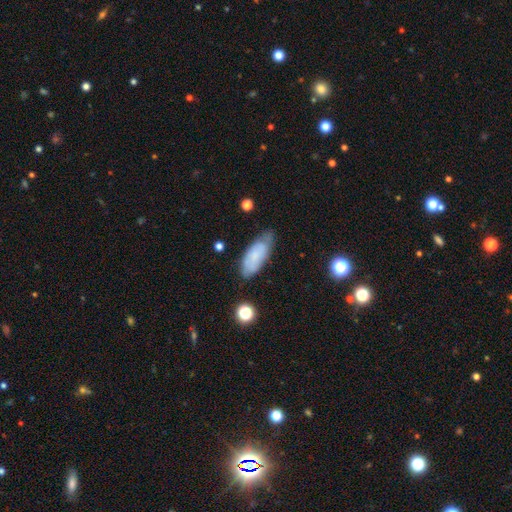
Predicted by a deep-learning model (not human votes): smooth_or_featured: smooth (p=0.58) [alt: featured or disk p=0.33]
how_rounded: in between (p=0.80) [alt: cigar-shaped p=0.18]
merging: none (p=0.67) [alt: minor disturbance p=0.25]